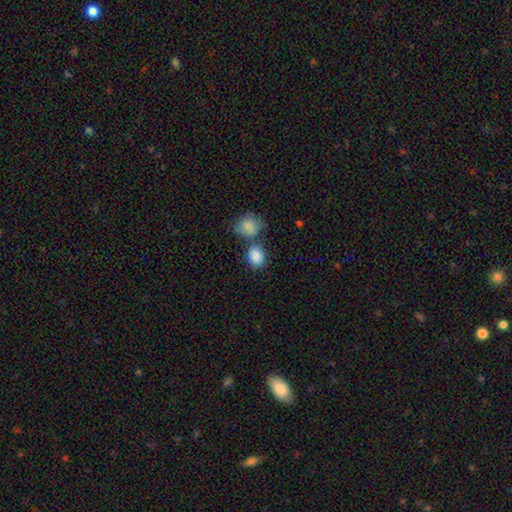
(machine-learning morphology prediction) A smooth galaxy with no disk features (86%) that is in between round and cigar-shaped (51%). Merging: none (50%).